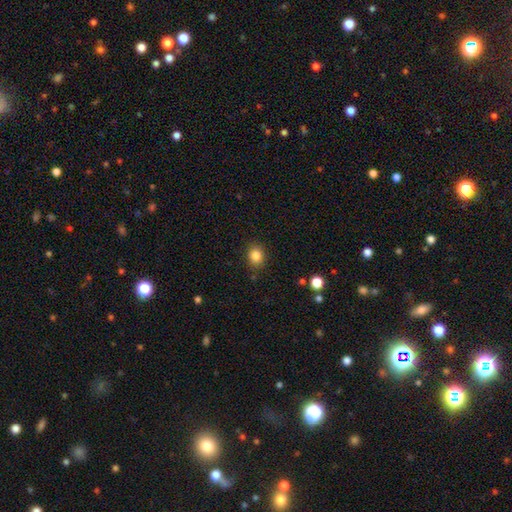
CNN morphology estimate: Overall: smooth (85%). How rounded: round (65%; in between 35%). Merging: none (86%).